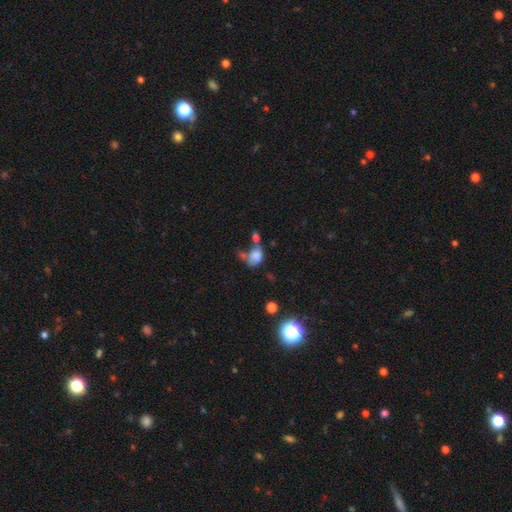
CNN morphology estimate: Smooth or featured: smooth — 68% (featured or disk — 18%)
How rounded: in between — 73% (round — 25%)
Merging: merger — 41% (major disturbance — 23%)